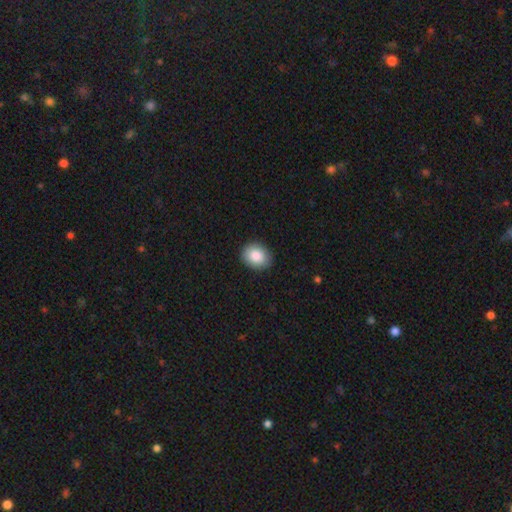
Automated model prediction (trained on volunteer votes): Smooth or featured? smooth (86%)
How rounded? round (55%)
Merging? none (89%)